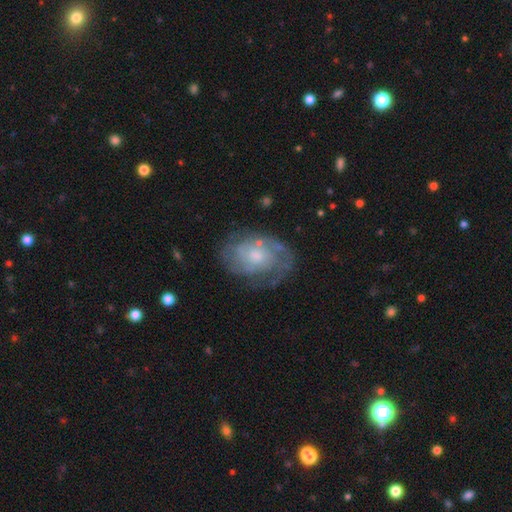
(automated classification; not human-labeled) Morphology: type=featured or disk (77%); edge-on=no (97%); bar=no (73%); spiral arms=yes (88%); winding=tight (56%); arm count=can't tell (38%); bulge=small (45%); merging=none (69%).